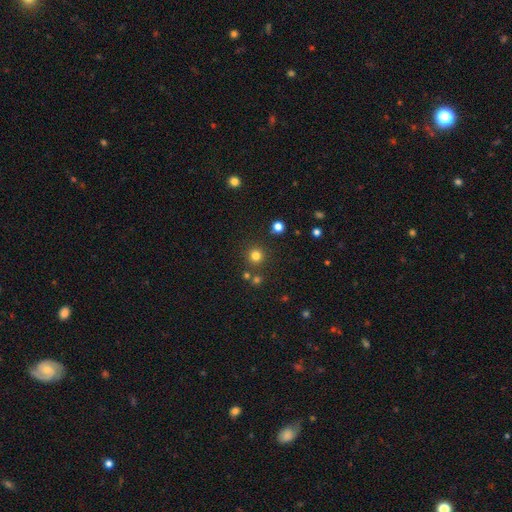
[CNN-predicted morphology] Smooth or featured: smooth — 78% (star or artifact — 17%)
How rounded: round — 94% (in between — 5%)
Merging: none — 85% (merger — 6%)